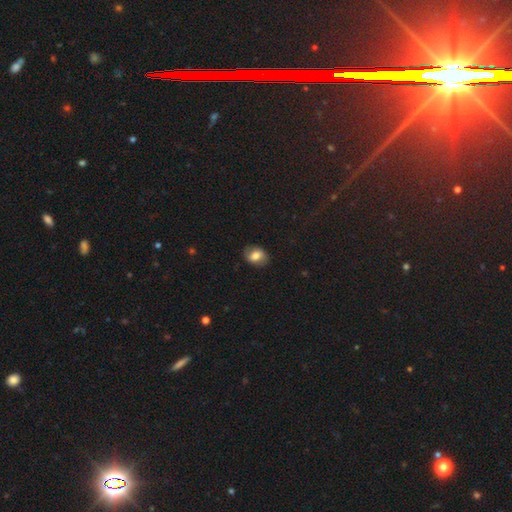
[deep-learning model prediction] This is likely a smooth galaxy (70%). How rounded: likely in between (65%). Merging: clearly none (82%).